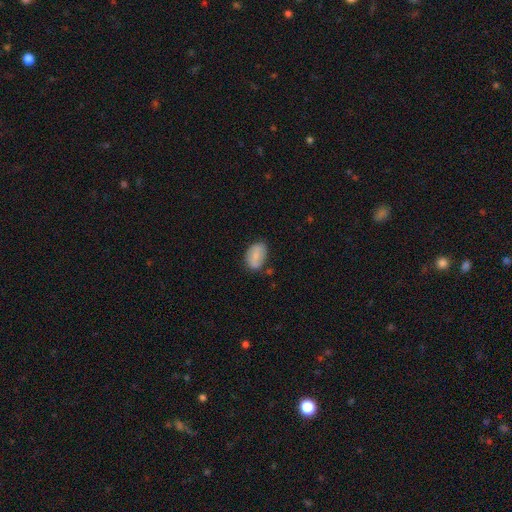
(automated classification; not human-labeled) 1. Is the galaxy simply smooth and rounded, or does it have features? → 75% smooth, 18% featured or disk, 7% star or artifact.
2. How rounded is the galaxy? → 87% in between, 12% round, 1% cigar-shaped.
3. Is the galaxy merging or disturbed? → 69% none, 23% minor disturbance, 5% major disturbance, 4% merger.